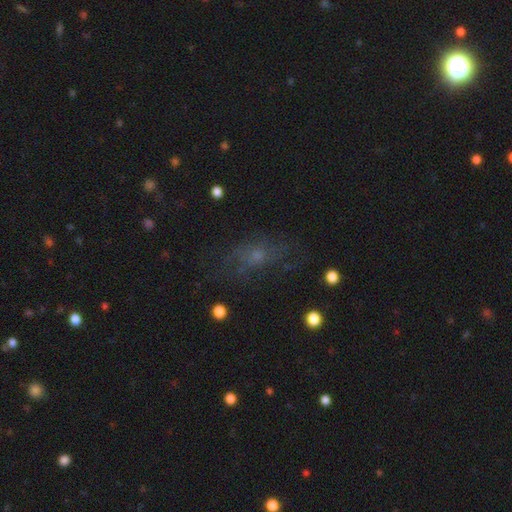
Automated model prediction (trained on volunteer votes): A smooth galaxy with no disk features (44%).

Vote fractions:
- Smooth or featured? smooth: 44% / featured or disk: 33% / star or artifact: 23%
- Merging? none: 60% / minor disturbance: 20% / major disturbance: 18% / merger: 2%